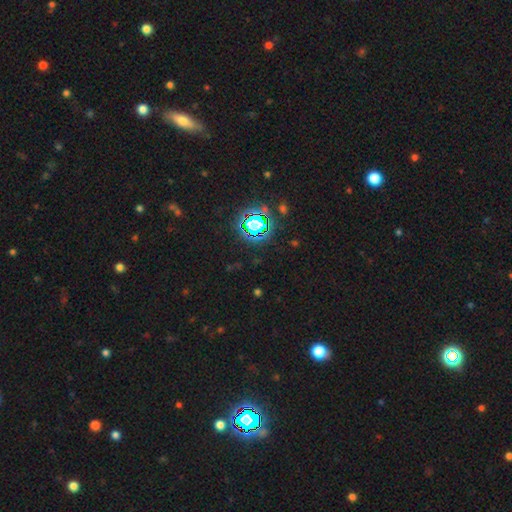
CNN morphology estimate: star or artifact 77%, smooth 14%, featured or disk 9%.